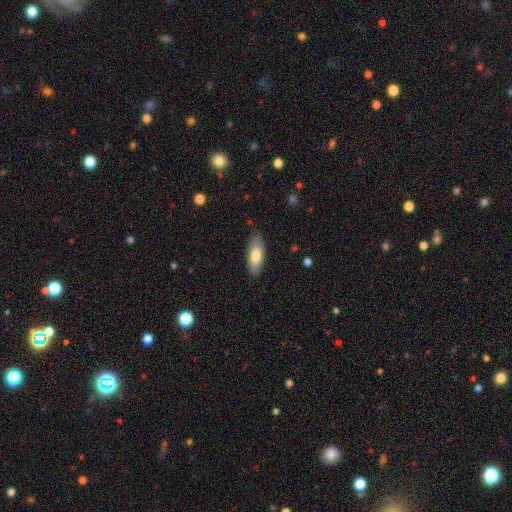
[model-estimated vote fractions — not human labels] smooth_or_featured: smooth (p=0.76) [alt: featured or disk p=0.18]
how_rounded: in between (p=0.71) [alt: cigar-shaped p=0.27]
merging: none (p=0.85) [alt: minor disturbance p=0.11]